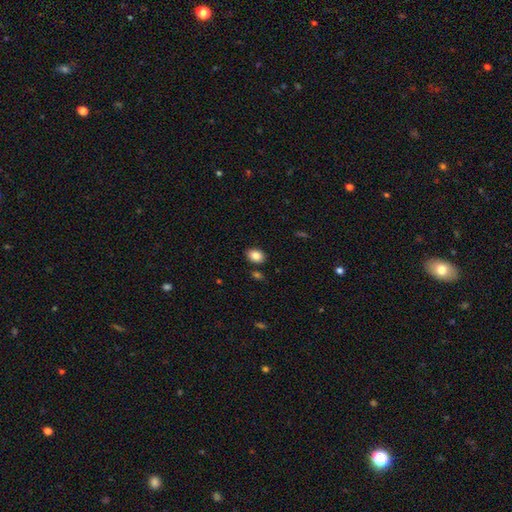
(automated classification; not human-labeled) Q: Smooth or featured?
A: smooth (85%); runner-up: star or artifact (8%)
Q: How rounded?
A: in between (73%); runner-up: round (26%)
Q: Merging?
A: none (85%); runner-up: minor disturbance (9%)